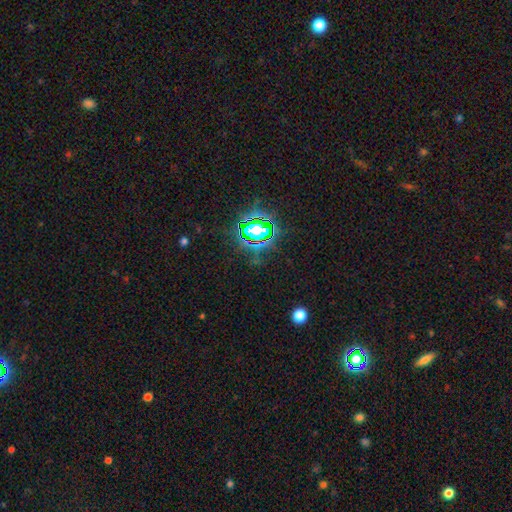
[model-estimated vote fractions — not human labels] A star or artifact, not a galaxy (78%).